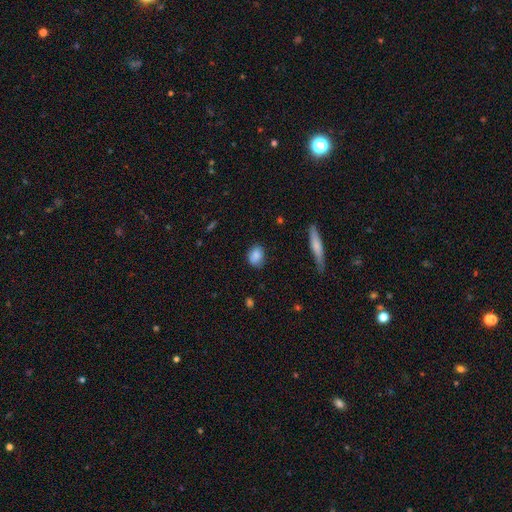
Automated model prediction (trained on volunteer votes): Smooth or featured? smooth (85%)
How rounded? in between (60%)
Merging? none (79%)